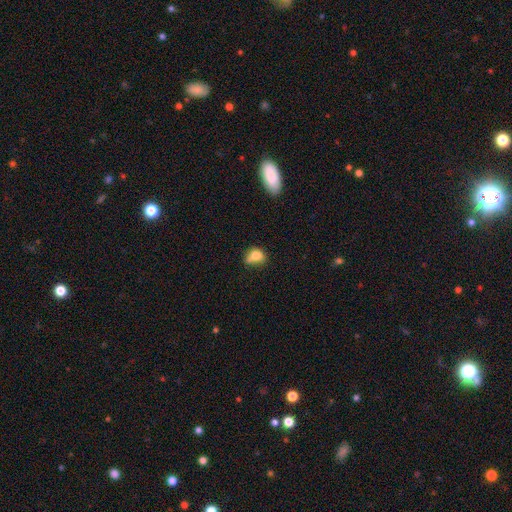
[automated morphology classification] The model was most divided on "how rounded": round: 50%, in between: 49%, cigar-shaped: 2%. Remaining: smooth or featured — smooth (77%); merging — none (40%).